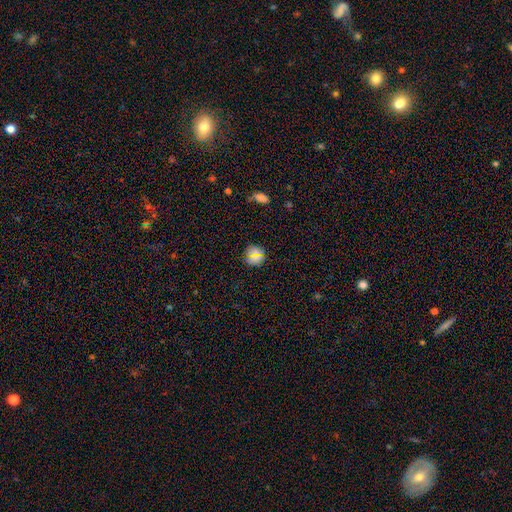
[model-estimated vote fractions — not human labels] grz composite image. It shows a smooth galaxy with no disk features (69%) that is round (85%). Merging: none (84%).